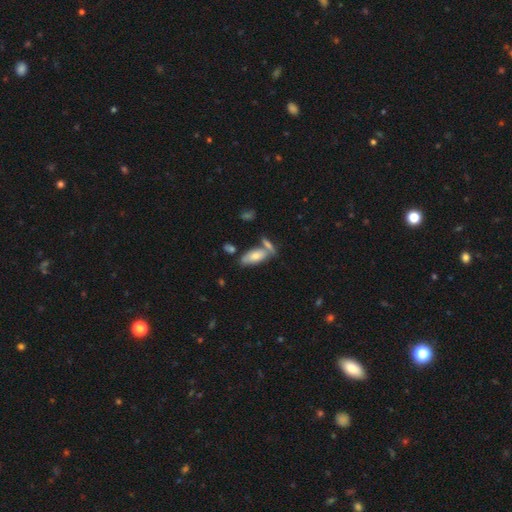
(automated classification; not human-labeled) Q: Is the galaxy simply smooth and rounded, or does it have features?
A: smooth — 67%.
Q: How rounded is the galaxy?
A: in between — 83%.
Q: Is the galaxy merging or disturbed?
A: none — 49%.